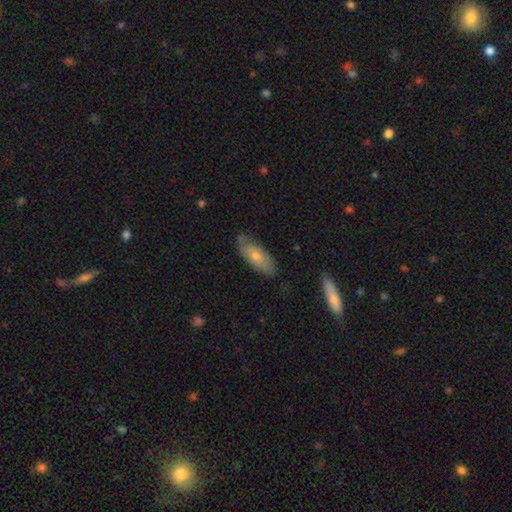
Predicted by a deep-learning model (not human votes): This is likely a smooth galaxy (61%). How rounded: likely in between (76%). Merging: likely none (74%).